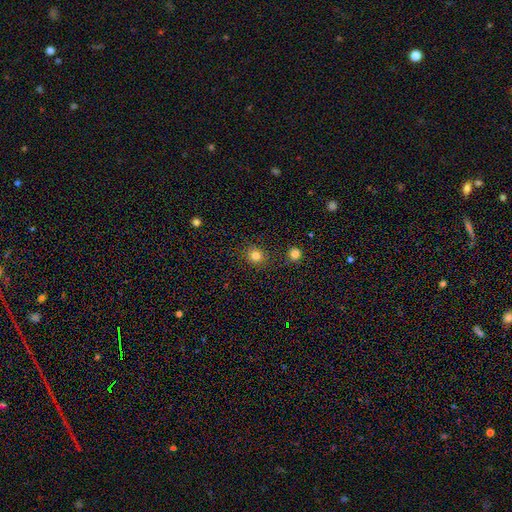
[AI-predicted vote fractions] smooth-or-featured: smooth: 81% | star or artifact: 14% | featured or disk: 5%
  how-rounded: round: 87% | in between: 13% | cigar-shaped: 1%
  merging: none: 87% | minor disturbance: 8% | major disturbance: 3% | merger: 3%